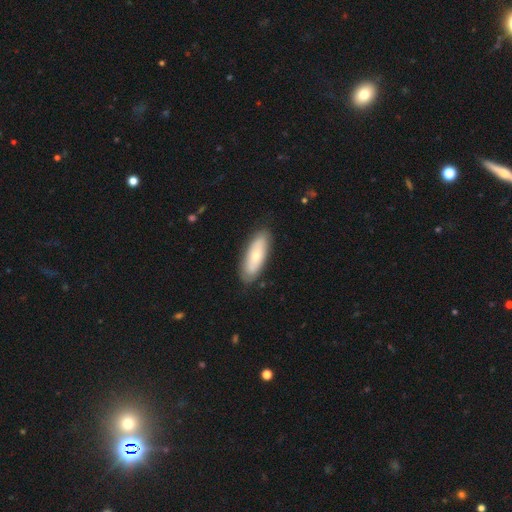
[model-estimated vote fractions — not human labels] Smooth or featured? smooth (65%)
How rounded? in between (66%)
Merging? none (85%)